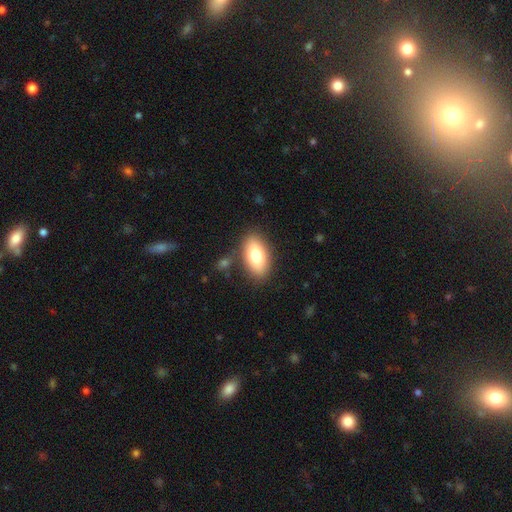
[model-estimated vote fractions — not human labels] This appears to be a smooth galaxy with no disk features (78%) that is in between round and cigar-shaped (91%). Merging: none (82%).